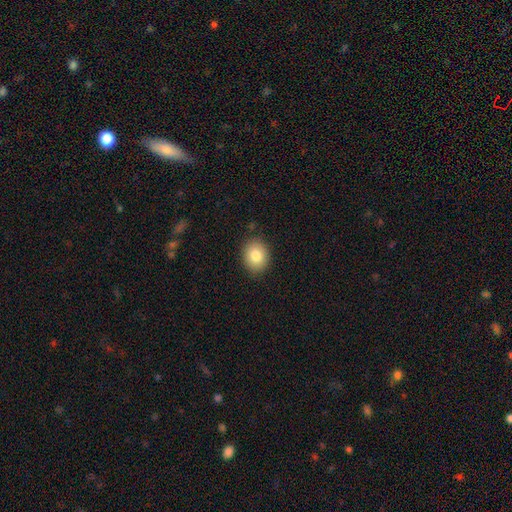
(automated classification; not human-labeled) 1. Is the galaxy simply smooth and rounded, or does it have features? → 81% smooth, 10% featured or disk, 9% star or artifact.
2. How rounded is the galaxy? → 53% round, 46% in between, 1% cigar-shaped.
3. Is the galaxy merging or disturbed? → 87% none, 10% minor disturbance, 2% major disturbance, 1% merger.